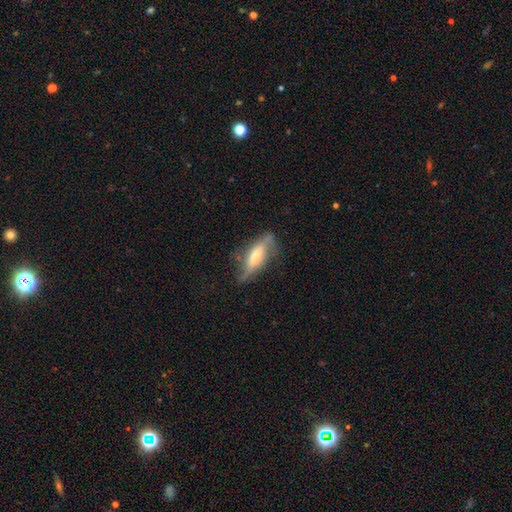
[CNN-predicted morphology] Smooth or featured? featured or disk (58%)
Edge-on disk? yes (63%)
Merging? none (60%)